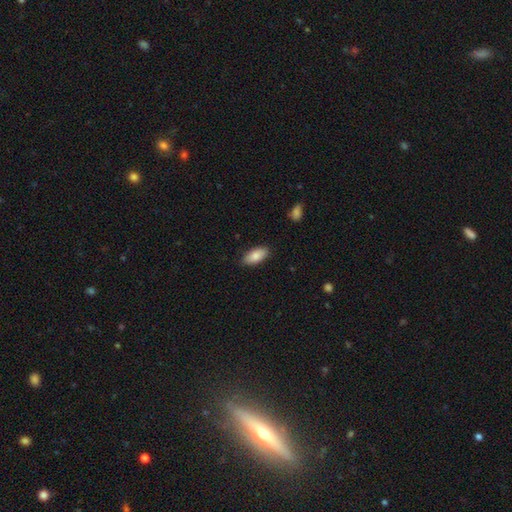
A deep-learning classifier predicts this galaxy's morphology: The model was most divided on "smooth or featured": smooth: 84%, featured or disk: 10%, star or artifact: 6%. More confident: how rounded — in between (89%); merging — none (86%).